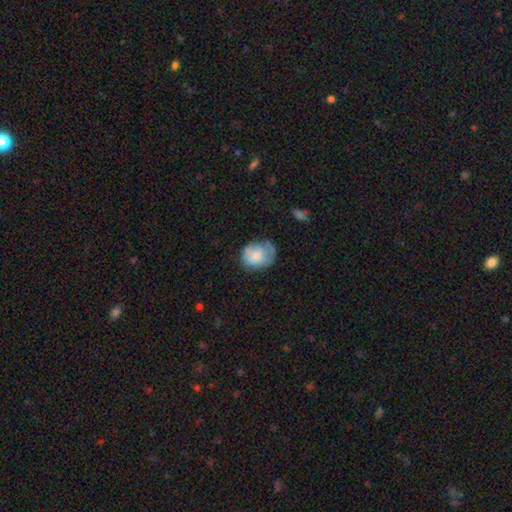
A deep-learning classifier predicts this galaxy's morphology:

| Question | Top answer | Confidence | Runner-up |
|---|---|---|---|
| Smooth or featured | smooth | 70% | featured or disk (22%) |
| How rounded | round | 52% | in between (47%) |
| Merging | none | 50% | minor disturbance (33%) |